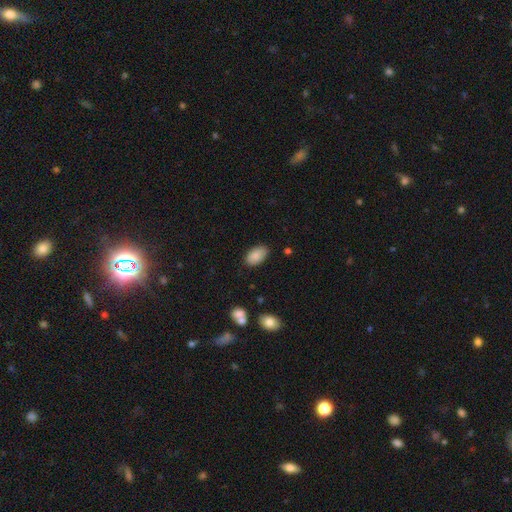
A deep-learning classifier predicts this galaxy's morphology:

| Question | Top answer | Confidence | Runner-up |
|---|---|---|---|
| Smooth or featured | smooth | 88% | star or artifact (7%) |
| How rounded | in between | 94% | round (4%) |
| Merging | none | 80% | minor disturbance (15%) |